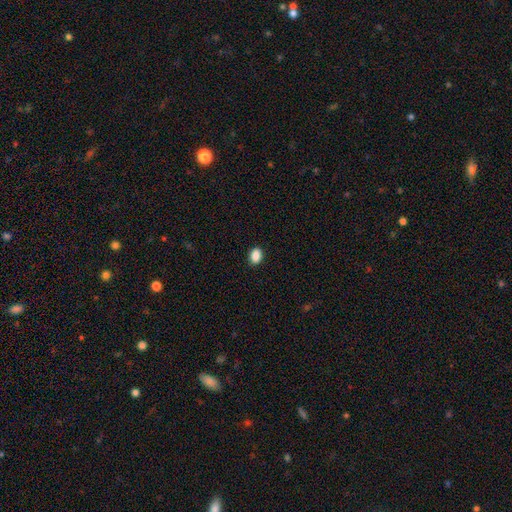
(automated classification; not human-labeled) Smooth or featured?
  - smooth: 89% *
  - star or artifact: 8%
  - featured or disk: 3%
How rounded?
  - in between: 76% *
  - round: 23%
  - cigar-shaped: 1%
Merging?
  - none: 90% *
  - minor disturbance: 8%
  - major disturbance: 2%
  - merger: 1%